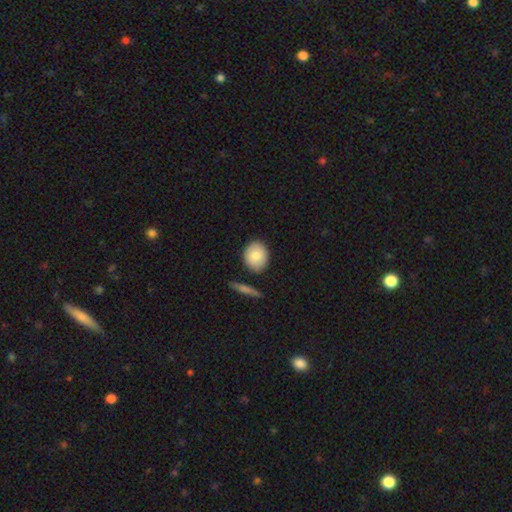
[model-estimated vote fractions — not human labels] Smooth or featured: smooth — 85% (featured or disk — 9%)
How rounded: round — 56% (in between — 43%)
Merging: none — 83% (minor disturbance — 10%)